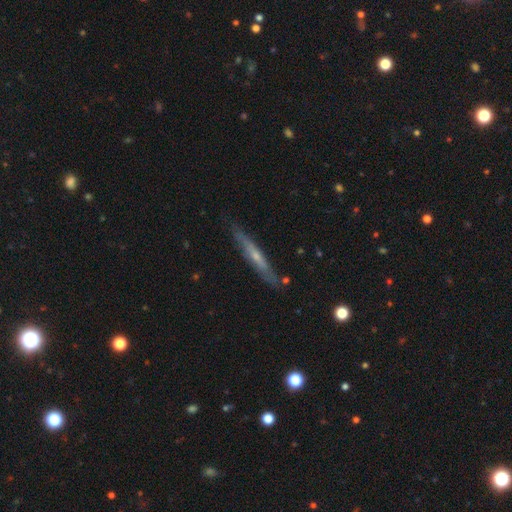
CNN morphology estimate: The model was most divided on "edge-on bulge": rounded: 56%, none: 40%, boxy: 4%. More confident: edge-on disk — yes (91%); merging — none (84%); smooth or featured — featured or disk (62%).